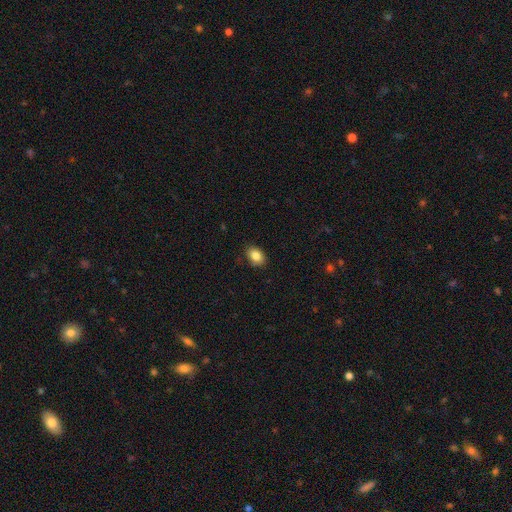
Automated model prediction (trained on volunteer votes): Smooth or featured: smooth — 85% (star or artifact — 8%)
How rounded: in between — 79% (round — 19%)
Merging: none — 83% (minor disturbance — 13%)